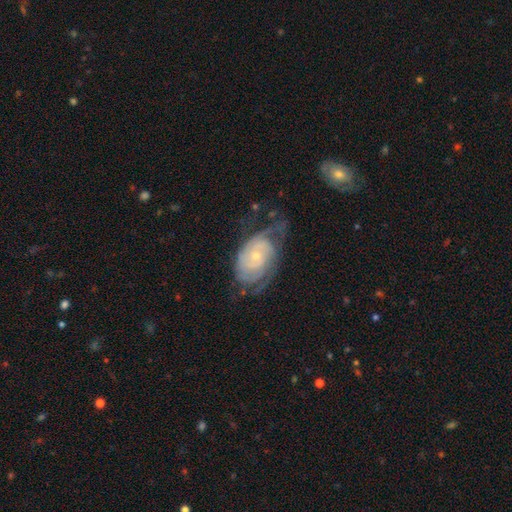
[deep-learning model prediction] smooth-or-featured: featured or disk: 73% | smooth: 16% | star or artifact: 11%
  disk-edge-on: no: 96% | yes: 4%
    bar: no: 72% | weak: 23% | strong: 5%
    has-spiral-arms: yes: 90% | no: 10%
      spiral-winding: tight: 64% | medium: 28% | loose: 9%
      spiral-arm-count: can't tell: 39% | 2: 36% | 3: 11% | 4: 5% | 1: 5% | more than 4: 4%
    bulge-size: small: 68% | moderate: 27% | none: 2% | large: 2% | dominant: 1%
  merging: none: 58% | minor disturbance: 24% | major disturbance: 16% | merger: 3%